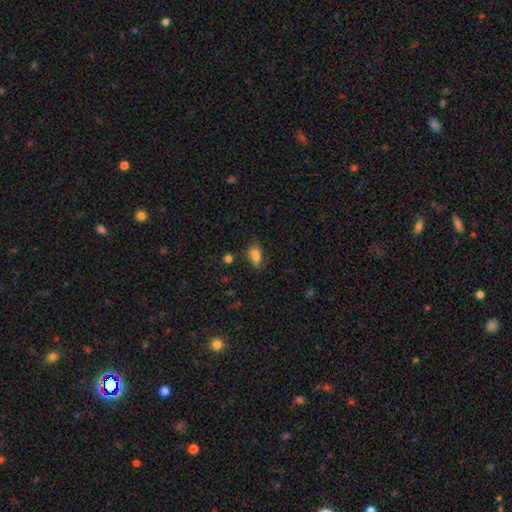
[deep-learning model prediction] Smooth or featured? Predicted: smooth (p=0.78). How rounded? Predicted: in between (p=0.84). Merging? Predicted: none (p=0.60).